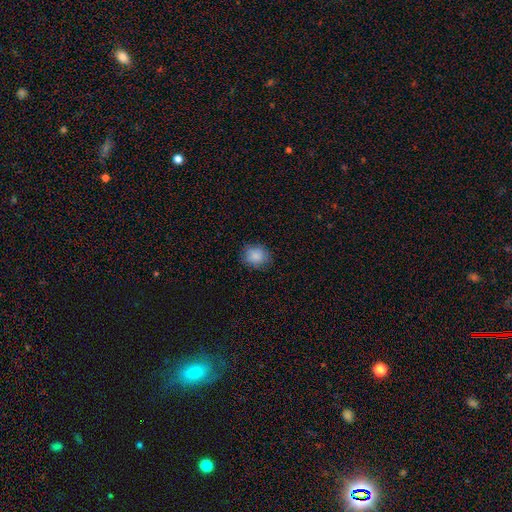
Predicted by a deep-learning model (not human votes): Smooth or featured? Predicted: smooth (p=0.86). How rounded? Predicted: round (p=0.70). Merging? Predicted: none (p=0.82).